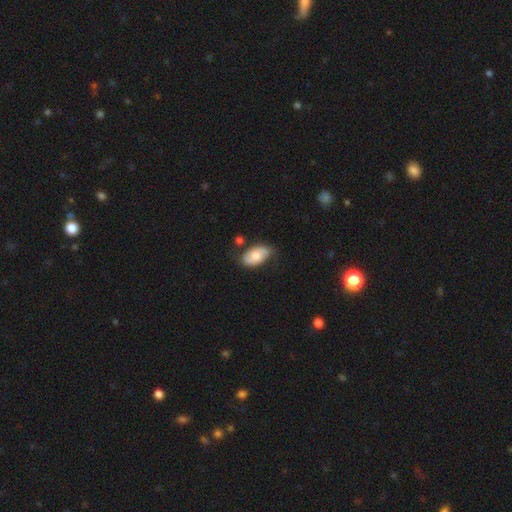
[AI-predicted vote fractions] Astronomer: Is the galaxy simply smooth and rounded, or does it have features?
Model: smooth — 66%.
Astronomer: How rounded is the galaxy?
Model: in between — 94%.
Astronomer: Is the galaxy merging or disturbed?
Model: none — 67%.